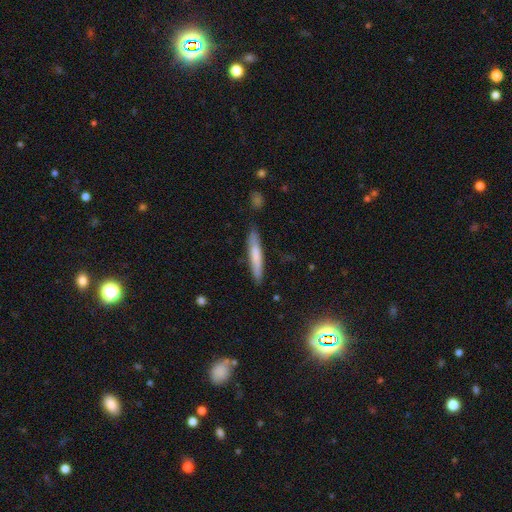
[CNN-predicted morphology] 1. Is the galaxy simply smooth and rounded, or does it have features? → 68% smooth, 26% featured or disk, 6% star or artifact.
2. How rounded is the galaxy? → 93% cigar-shaped, 6% in between, 1% round.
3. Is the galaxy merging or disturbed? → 85% none, 11% minor disturbance, 2% major disturbance, 2% merger.